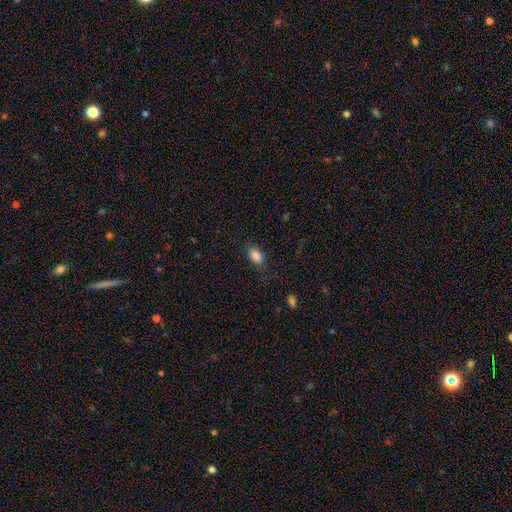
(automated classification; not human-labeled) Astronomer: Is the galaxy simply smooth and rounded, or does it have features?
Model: smooth — 87%.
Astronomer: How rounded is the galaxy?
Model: in between — 90%.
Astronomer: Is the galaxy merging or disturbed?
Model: none — 79%.